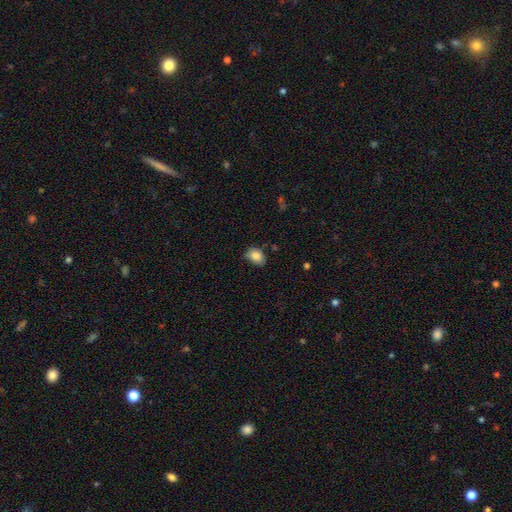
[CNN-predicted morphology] Overall: smooth (84%). How rounded: in between (69%; round 30%). Merging: none (67%).